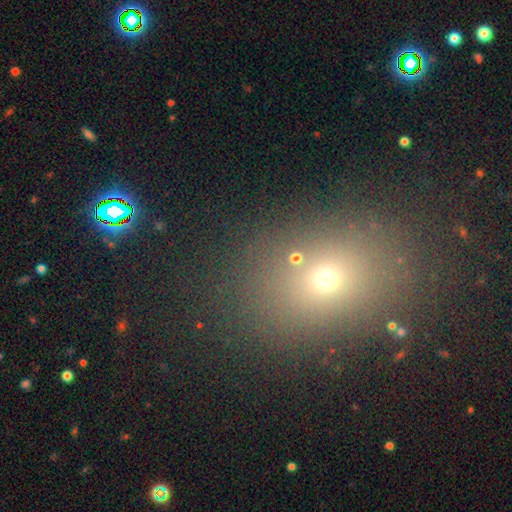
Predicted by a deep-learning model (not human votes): This appears to be a smooth galaxy with no disk features (57%) that is in between round and cigar-shaped (55%). Merging: none (82%).